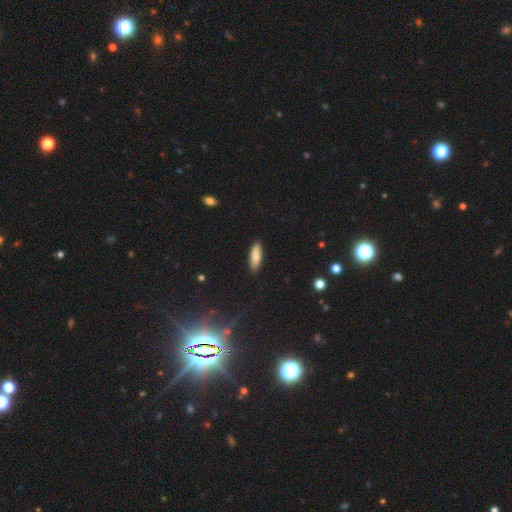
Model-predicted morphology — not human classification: smooth 81%, featured or disk 12%, star or artifact 6%. Down the decision tree: how rounded — in between (53%); merging — none (88%).